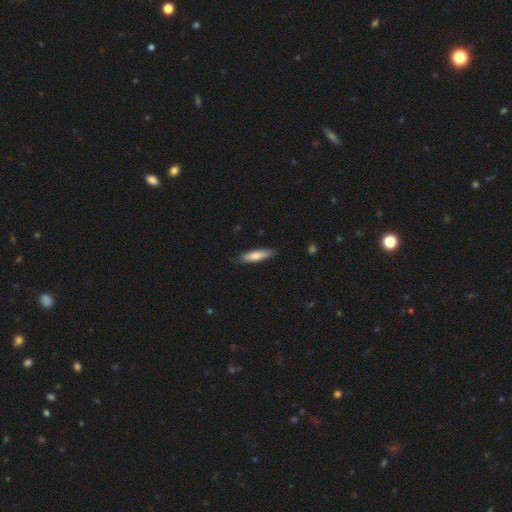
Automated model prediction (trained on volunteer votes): Morphology: type=smooth (74%); roundness=cigar-shaped (72%); merging=none (84%).